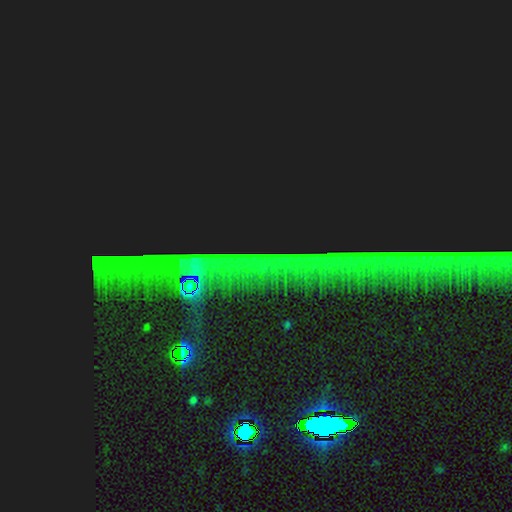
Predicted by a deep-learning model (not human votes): This appears to be a star or artifact, not a galaxy (85%).